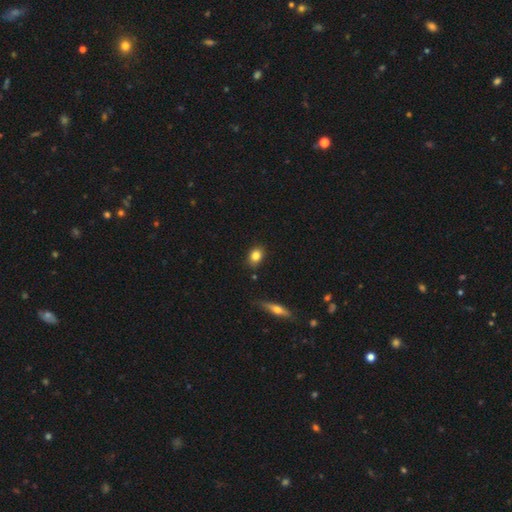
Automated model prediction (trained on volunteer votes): Smooth or featured? smooth (82%)
How rounded? in between (67%)
Merging? none (85%)